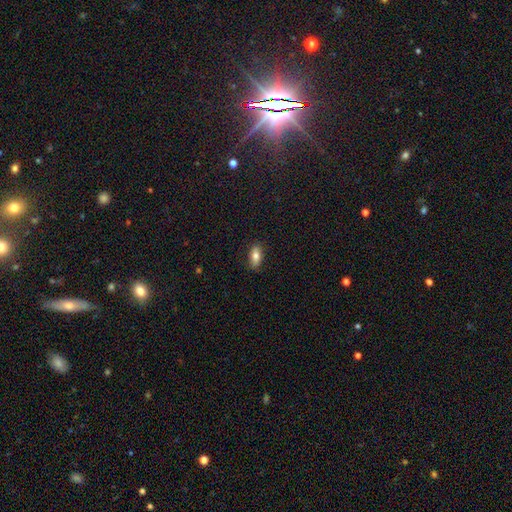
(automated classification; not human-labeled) Overall: smooth (76%). How rounded: in between (86%). Merging: none (86%).